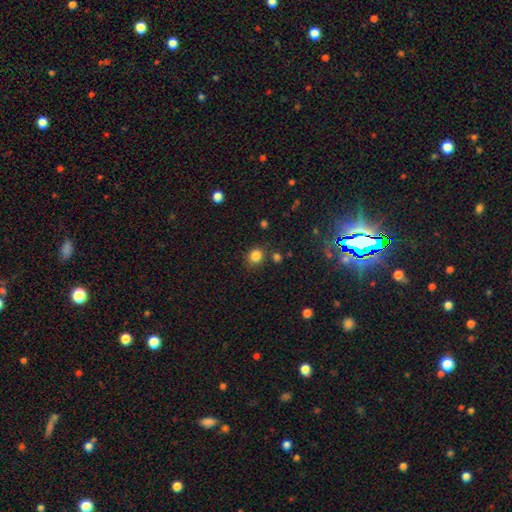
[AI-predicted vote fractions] The model was most divided on "how rounded": round: 79%, in between: 20%, cigar-shaped: 1%. More confident: smooth or featured — smooth (84%); merging — none (80%).